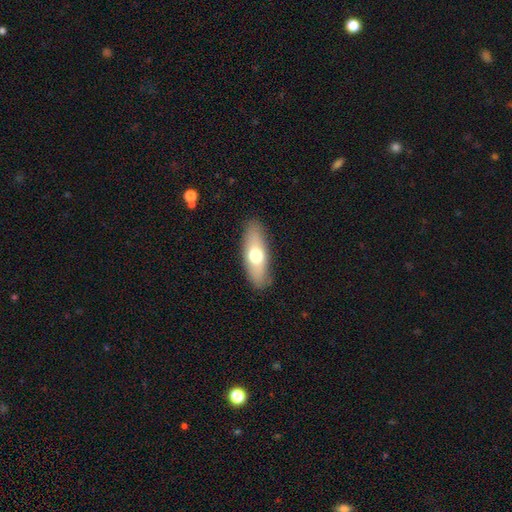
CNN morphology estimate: Q: Smooth or featured?
A: smooth (62%); runner-up: featured or disk (32%)
Q: How rounded?
A: in between (61%); runner-up: cigar-shaped (35%)
Q: Merging?
A: none (86%); runner-up: minor disturbance (10%)